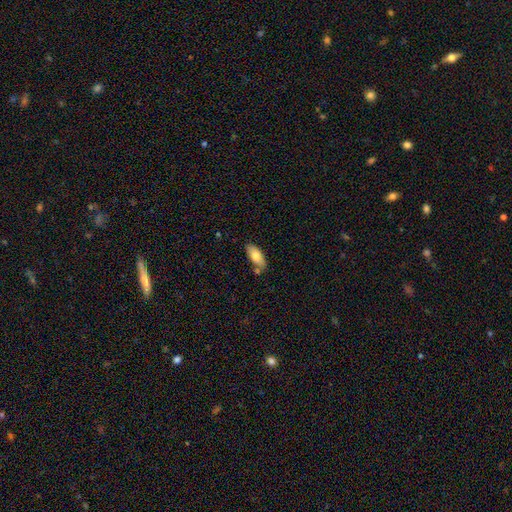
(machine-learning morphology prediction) smooth_or_featured: smooth (p=0.78) [alt: featured or disk p=0.15]
how_rounded: in between (p=0.85) [alt: cigar-shaped p=0.13]
merging: none (p=0.72) [alt: minor disturbance p=0.16]